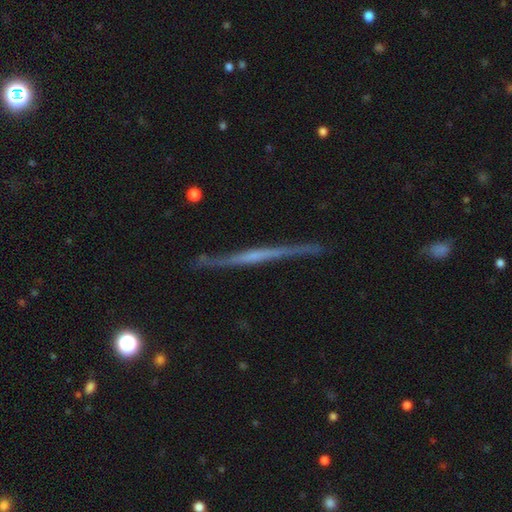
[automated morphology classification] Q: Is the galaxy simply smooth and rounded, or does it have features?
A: featured or disk — 72%.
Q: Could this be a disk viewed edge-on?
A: yes — 97%.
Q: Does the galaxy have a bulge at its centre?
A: none — 68%.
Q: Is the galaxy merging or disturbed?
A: none — 84%.